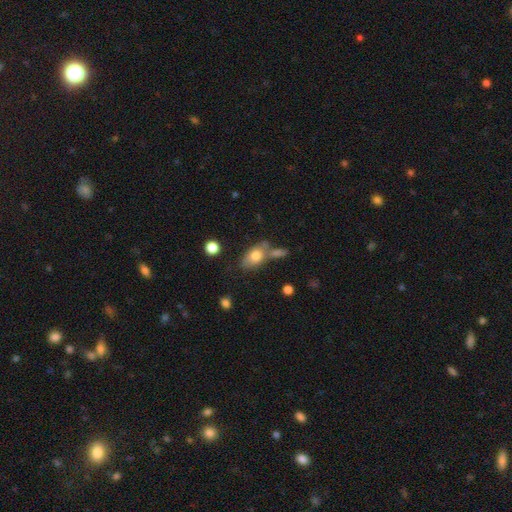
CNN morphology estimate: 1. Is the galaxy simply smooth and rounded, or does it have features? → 75% smooth, 18% featured or disk, 8% star or artifact.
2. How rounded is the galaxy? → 87% in between, 9% round, 4% cigar-shaped.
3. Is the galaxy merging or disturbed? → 52% none, 25% merger, 17% minor disturbance, 6% major disturbance.